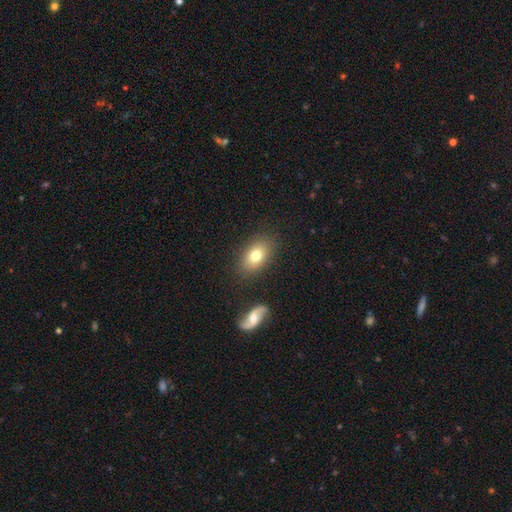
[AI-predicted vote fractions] This is likely a smooth galaxy (73%). How rounded: clearly in between (86%). Merging: clearly none (82%).